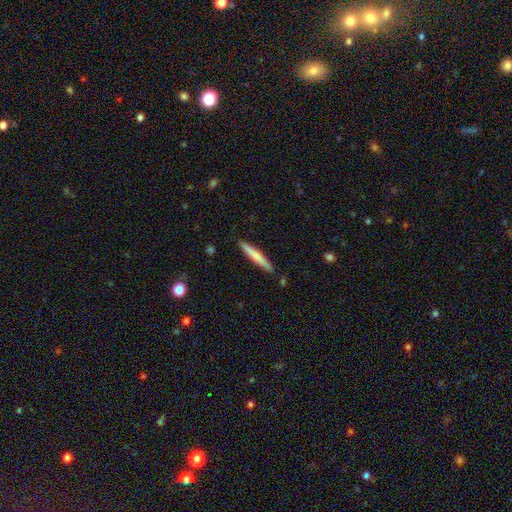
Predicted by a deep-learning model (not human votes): A smooth galaxy with no disk features (65%) that is cigar-shaped (95%).

Vote fractions:
- Smooth or featured? smooth: 65% / featured or disk: 30% / star or artifact: 5%
- How rounded? cigar-shaped: 95% / in between: 4% / round: 1%
- Merging? none: 89% / minor disturbance: 8% / merger: 2% / major disturbance: 2%